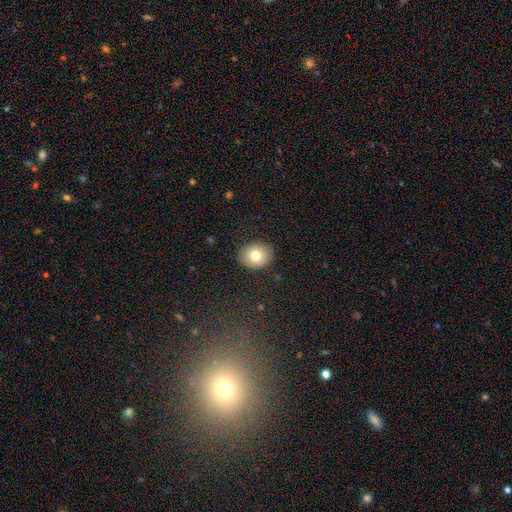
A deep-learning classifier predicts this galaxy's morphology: smooth 76%, featured or disk 14%, star or artifact 10%. Down the decision tree: how rounded — round (60%); merging — none (88%).